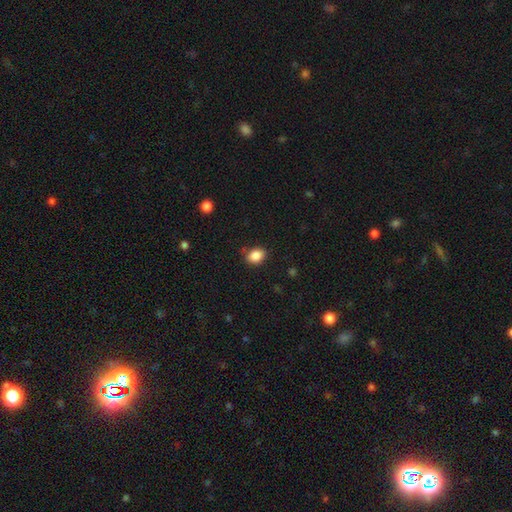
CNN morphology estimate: smooth 87%, star or artifact 9%, featured or disk 4%. Down the decision tree: how rounded — in between (67%); merging — none (83%).